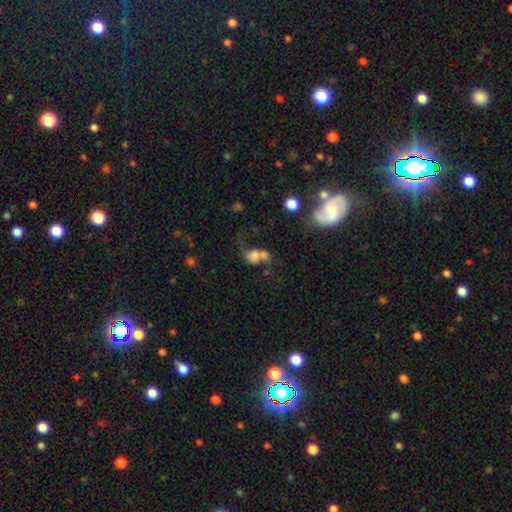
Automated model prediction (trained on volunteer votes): The model was most divided on "how rounded": in between: 51%, round: 47%, cigar-shaped: 2%. More confident: smooth or featured — smooth (59%); merging — merger (57%).